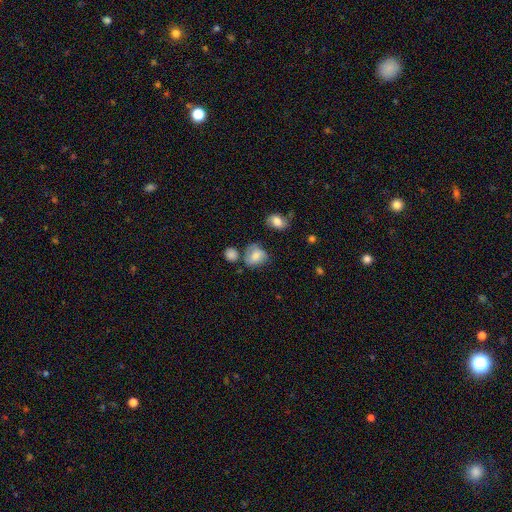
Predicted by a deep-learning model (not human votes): This appears to be a smooth galaxy with no disk features (73%) that is round (54%). Merging: none (51%).